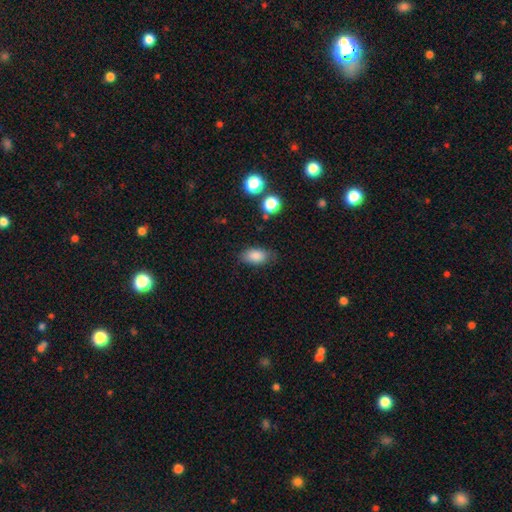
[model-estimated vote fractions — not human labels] The model was most divided on "merging": none: 77%, minor disturbance: 17%, major disturbance: 4%, merger: 2%. More confident: how rounded — in between (89%); smooth or featured — smooth (85%).